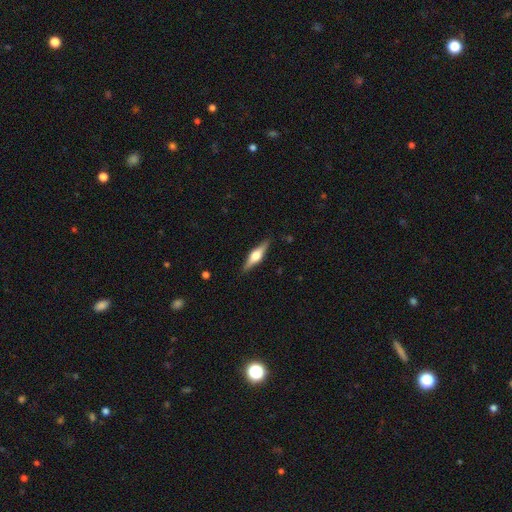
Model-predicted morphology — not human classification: Smooth or featured? Predicted: featured or disk (p=0.65). Edge-on disk? Predicted: yes (p=0.96). Edge-on bulge? Predicted: rounded (p=0.92). Merging? Predicted: none (p=0.88).